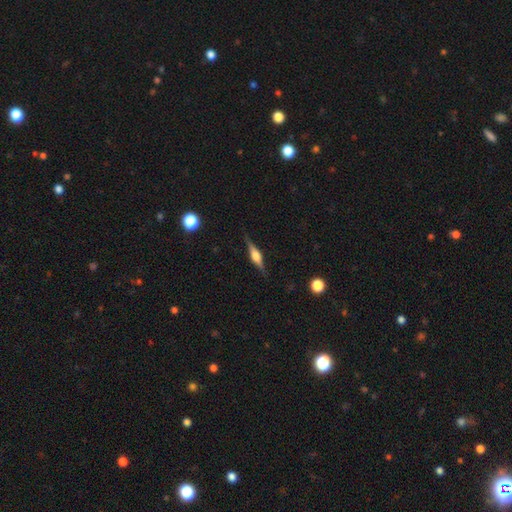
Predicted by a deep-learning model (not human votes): The model was most divided on "smooth or featured": featured or disk: 77%, smooth: 17%, star or artifact: 6%. More confident: edge-on disk — yes (98%); merging — none (87%); edge-on bulge — rounded (86%).